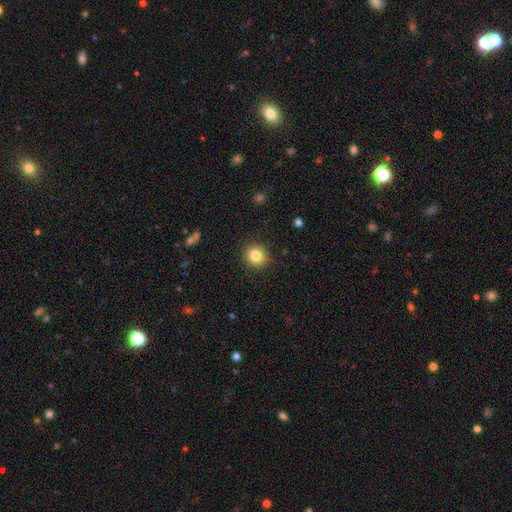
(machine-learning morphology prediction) Smooth or featured? smooth (82%)
How rounded? round (91%)
Merging? none (88%)